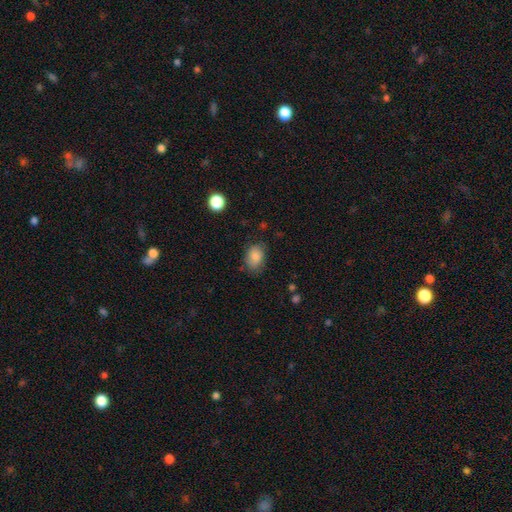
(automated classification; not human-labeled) A smooth galaxy with no disk features (85%) that is in between round and cigar-shaped (69%). Merging: none (71%).